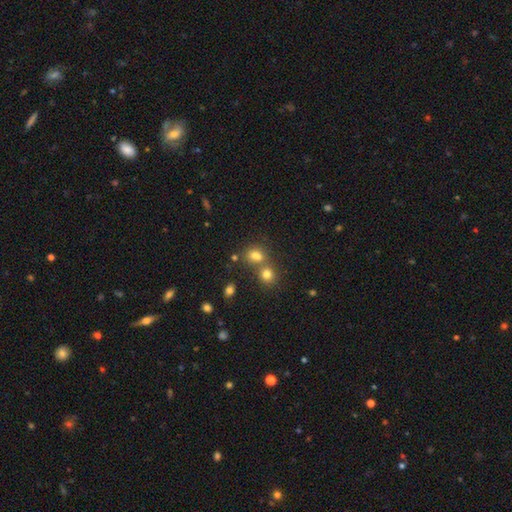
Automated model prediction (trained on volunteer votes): smooth_or_featured: smooth (p=0.75) [alt: star or artifact p=0.16]
how_rounded: in between (p=0.52) [alt: round p=0.47]
merging: none (p=0.44) [alt: merger p=0.41]